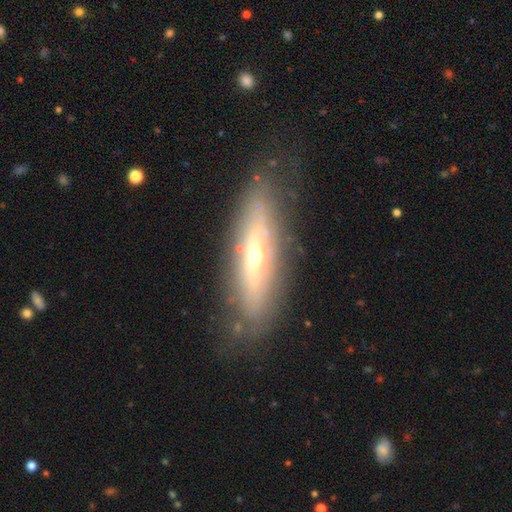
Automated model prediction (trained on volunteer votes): This appears to be a featured or disk galaxy (63%) viewed edge-on (58%). Merging: none (75%).